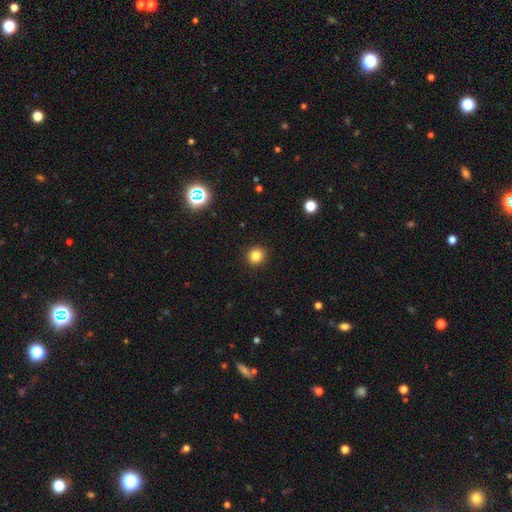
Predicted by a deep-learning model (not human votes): A smooth galaxy with no disk features (83%) that is round (91%).

Vote fractions:
- Smooth or featured? smooth: 83% / star or artifact: 12% / featured or disk: 5%
- How rounded? round: 91% / in between: 9% / cigar-shaped: 1%
- Merging? none: 92% / minor disturbance: 5% / major disturbance: 2% / merger: 1%